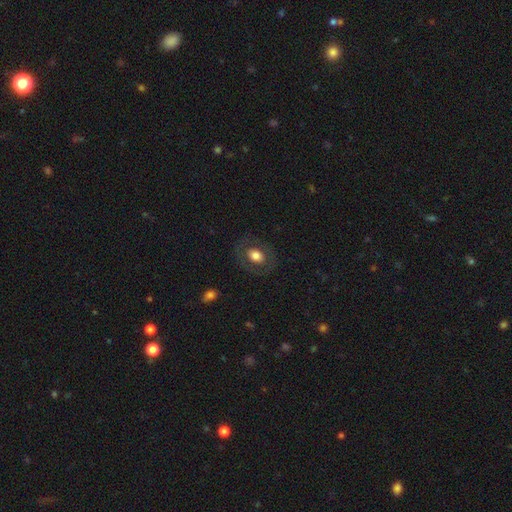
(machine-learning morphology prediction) smooth-or-featured: smooth: 64% | featured or disk: 29% | star or artifact: 7%
  how-rounded: in between: 59% | round: 40% | cigar-shaped: 1%
  merging: none: 83% | minor disturbance: 10% | major disturbance: 6% | merger: 1%